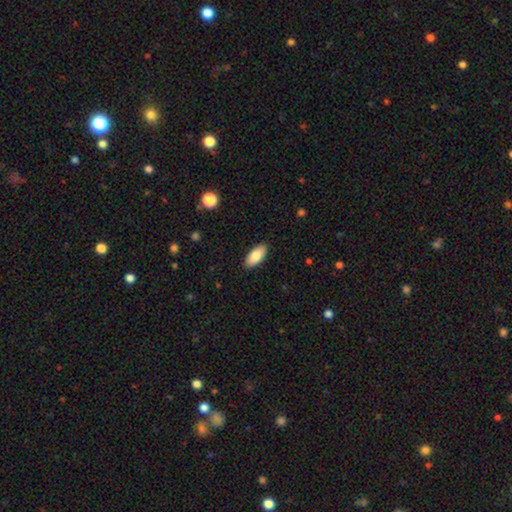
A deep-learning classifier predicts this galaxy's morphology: smooth-or-featured: smooth: 84% | featured or disk: 10% | star or artifact: 6%
  how-rounded: in between: 88% | cigar-shaped: 10% | round: 2%
  merging: none: 89% | minor disturbance: 9% | major disturbance: 2% | merger: 1%